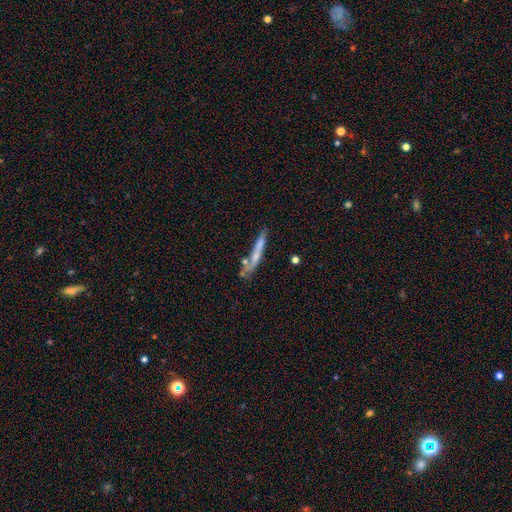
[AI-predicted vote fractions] Q: Smooth or featured?
A: featured or disk (48%); runner-up: smooth (43%)
Q: Merging?
A: none (57%); runner-up: minor disturbance (20%)